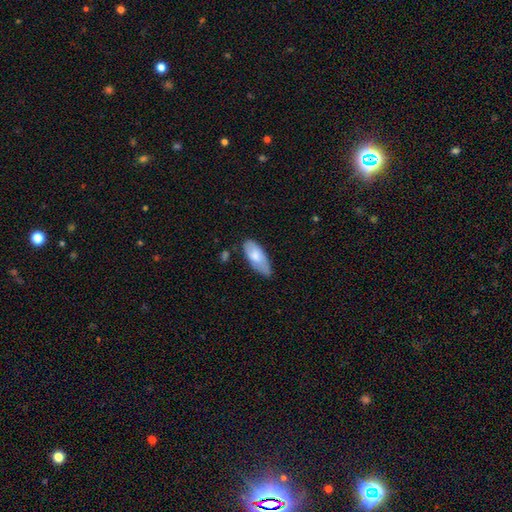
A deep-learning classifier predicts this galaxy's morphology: Q: Smooth or featured?
A: smooth (75%); runner-up: featured or disk (19%)
Q: How rounded?
A: in between (84%); runner-up: cigar-shaped (14%)
Q: Merging?
A: none (53%); runner-up: minor disturbance (36%)